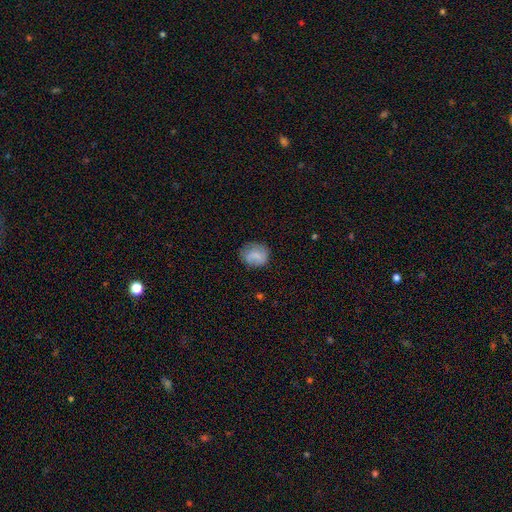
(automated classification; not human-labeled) The model was most divided on "how rounded": round: 69%, in between: 30%, cigar-shaped: 1%. More confident: smooth or featured — smooth (73%); merging — none (70%).